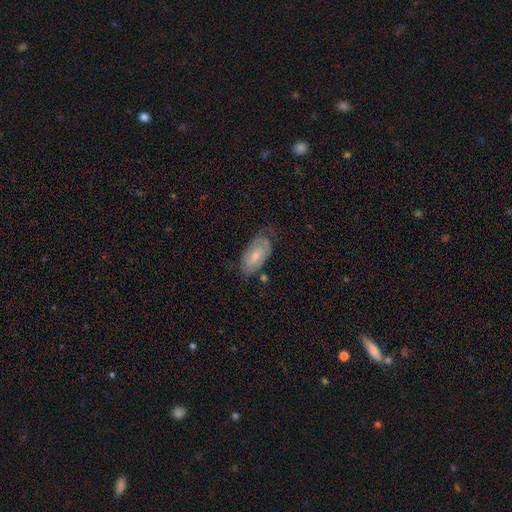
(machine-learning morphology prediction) Smooth or featured?
  - featured or disk: 54% *
  - smooth: 39%
  - star or artifact: 7%
Edge-on disk?
  - no: 92% *
  - yes: 8%
Merging?
  - none: 58% *
  - minor disturbance: 28%
  - major disturbance: 11%
  - merger: 3%